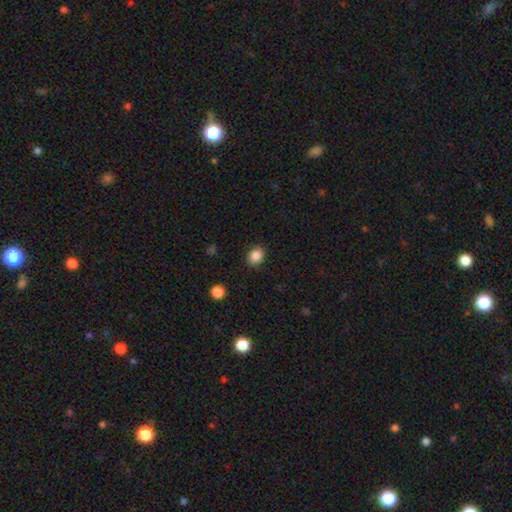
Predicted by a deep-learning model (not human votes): Smooth or featured: smooth — 85% (star or artifact — 10%)
How rounded: round — 57% (in between — 42%)
Merging: none — 85% (minor disturbance — 11%)